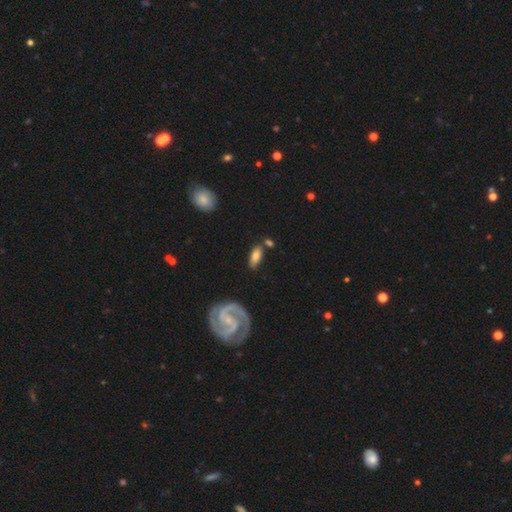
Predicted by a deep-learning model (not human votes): A smooth galaxy with no disk features (63%) that is in between round and cigar-shaped (84%).

Vote fractions:
- Smooth or featured? smooth: 63% / featured or disk: 29% / star or artifact: 8%
- How rounded? in between: 84% / cigar-shaped: 12% / round: 4%
- Merging? none: 70% / minor disturbance: 16% / merger: 8% / major disturbance: 6%